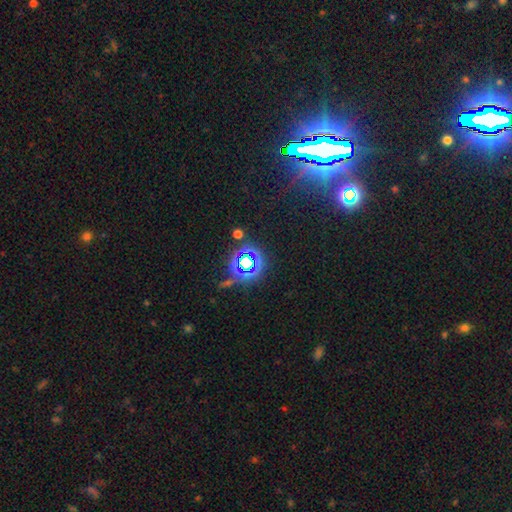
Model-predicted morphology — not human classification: star or artifact 78%, smooth 13%, featured or disk 9%.